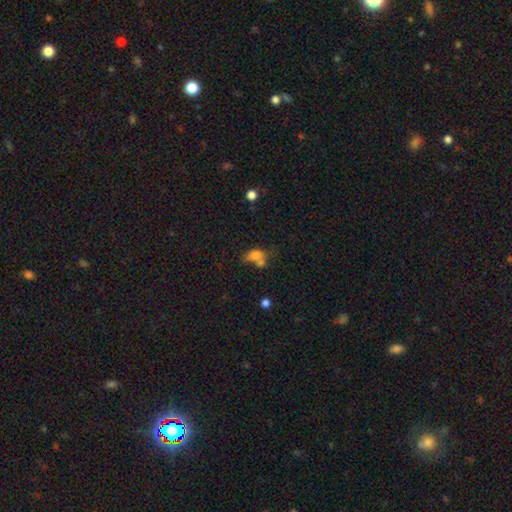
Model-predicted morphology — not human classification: A smooth galaxy with no disk features (71%) that is in between round and cigar-shaped (68%). Merging: merger (51%).